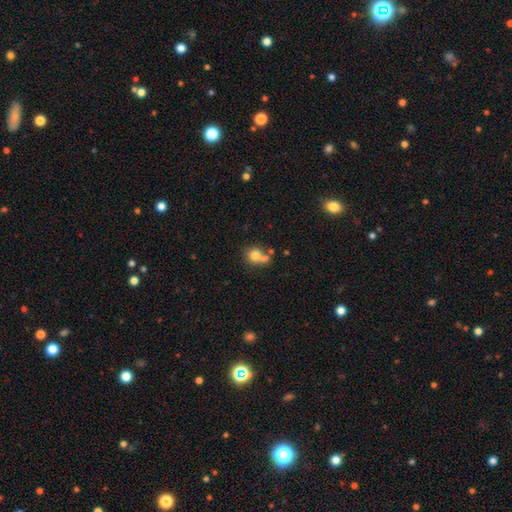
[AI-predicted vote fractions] smooth-or-featured: smooth: 77% | featured or disk: 13% | star or artifact: 11%
  how-rounded: round: 78% | in between: 21% | cigar-shaped: 1%
  merging: none: 44% | merger: 33% | minor disturbance: 15% | major disturbance: 8%